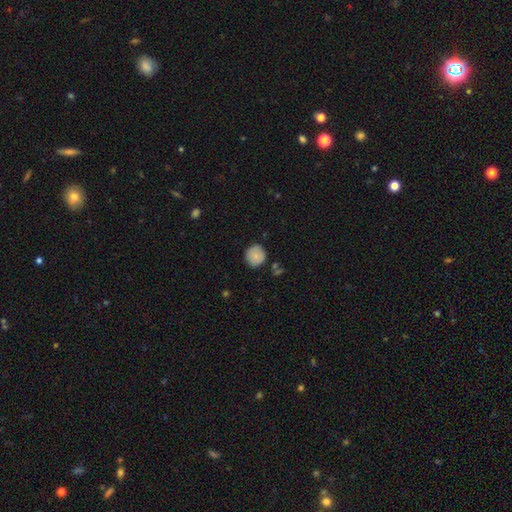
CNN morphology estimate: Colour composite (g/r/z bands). It shows a smooth galaxy with no disk features (81%) that is round (92%). Merging: none (83%).